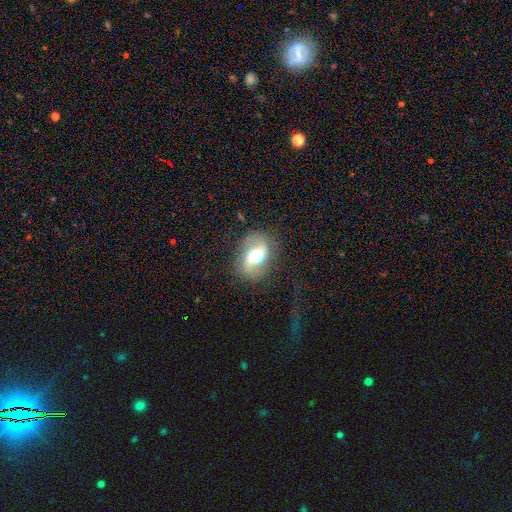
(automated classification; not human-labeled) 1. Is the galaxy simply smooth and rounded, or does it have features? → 58% featured or disk, 34% smooth, 8% star or artifact.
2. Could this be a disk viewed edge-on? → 93% no, 7% yes.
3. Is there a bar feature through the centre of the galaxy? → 38% weak, 34% no, 28% strong.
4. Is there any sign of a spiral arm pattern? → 70% yes, 30% no.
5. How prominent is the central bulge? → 64% moderate, 24% large, 7% small, 3% dominant, 1% none.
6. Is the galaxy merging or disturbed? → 77% none, 15% minor disturbance, 7% major disturbance, 1% merger.